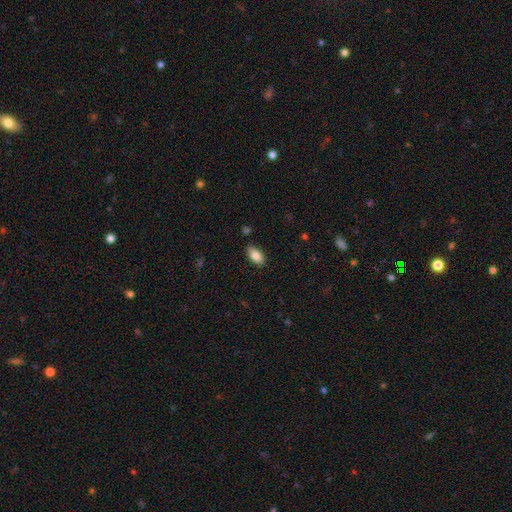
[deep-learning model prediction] Smooth or featured: smooth — 83% (featured or disk — 10%)
How rounded: in between — 91% (cigar-shaped — 6%)
Merging: none — 86% (minor disturbance — 11%)